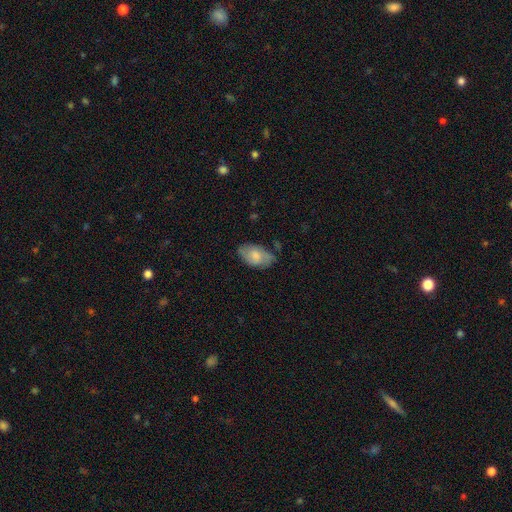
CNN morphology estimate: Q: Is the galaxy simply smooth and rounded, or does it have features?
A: smooth — 66%.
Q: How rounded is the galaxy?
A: in between — 93%.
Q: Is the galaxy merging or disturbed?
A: none — 60%.